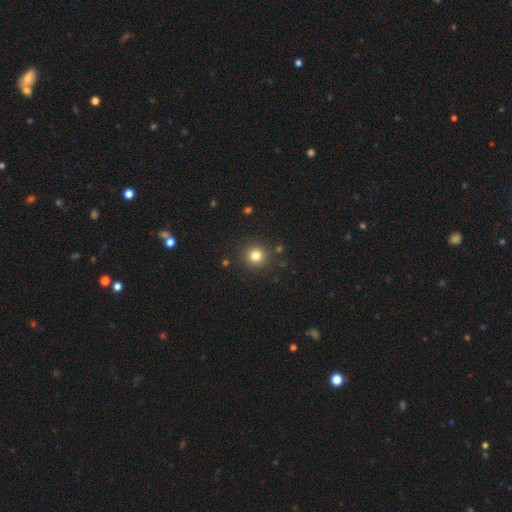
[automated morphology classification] This is likely a smooth galaxy (80%). How rounded: clearly round (94%). Merging: clearly none (89%).